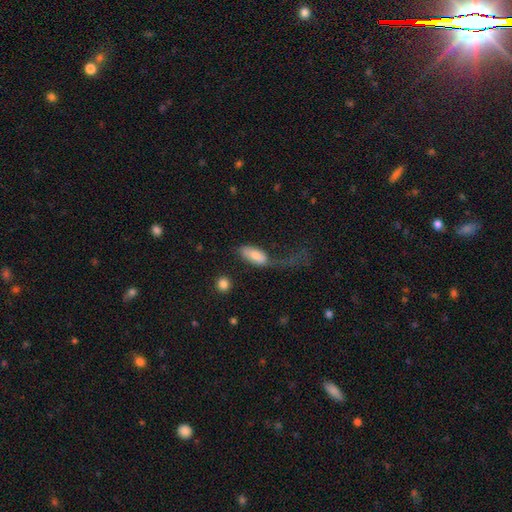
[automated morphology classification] A smooth galaxy with no disk features (76%) that is in between round and cigar-shaped (87%).

Vote fractions:
- Smooth or featured? smooth: 76% / featured or disk: 18% / star or artifact: 6%
- How rounded? in between: 87% / cigar-shaped: 10% / round: 3%
- Merging? major disturbance: 51% / none: 23% / minor disturbance: 21% / merger: 6%